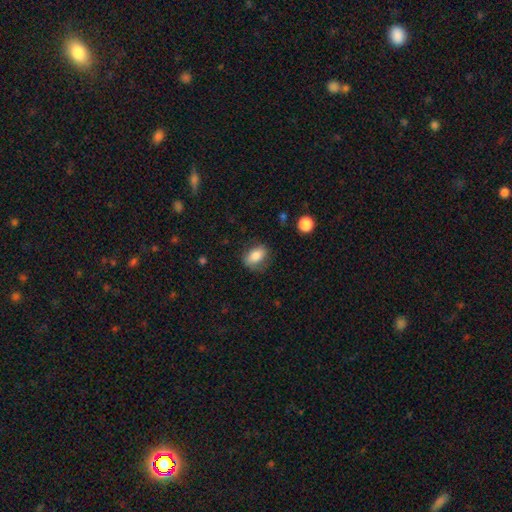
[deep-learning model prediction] A smooth galaxy with no disk features (77%) that is in between round and cigar-shaped (81%).

Vote fractions:
- Smooth or featured? smooth: 77% / featured or disk: 15% / star or artifact: 8%
- How rounded? in between: 81% / round: 16% / cigar-shaped: 3%
- Merging? none: 72% / minor disturbance: 19% / major disturbance: 7% / merger: 1%